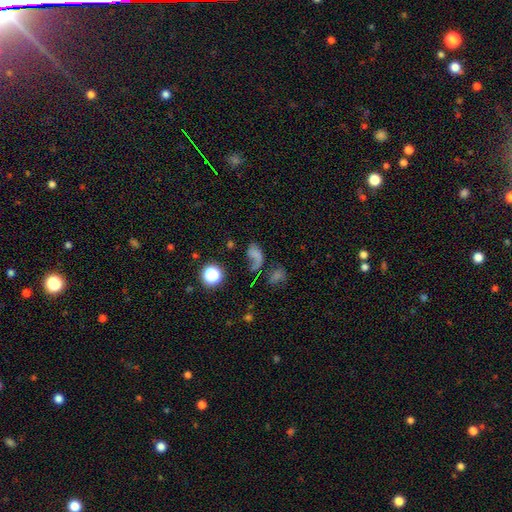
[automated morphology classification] Smooth or featured? Predicted: smooth (p=0.51). How rounded? Predicted: in between (p=0.70). Merging? Predicted: major disturbance (p=0.37).